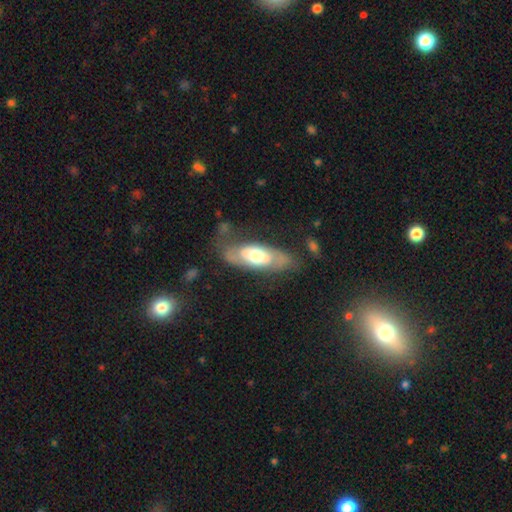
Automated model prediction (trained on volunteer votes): Overall: featured or disk (57%; smooth 38%). Edge-on disk: no (82%). Merging: none (58%; minor disturbance 23%).